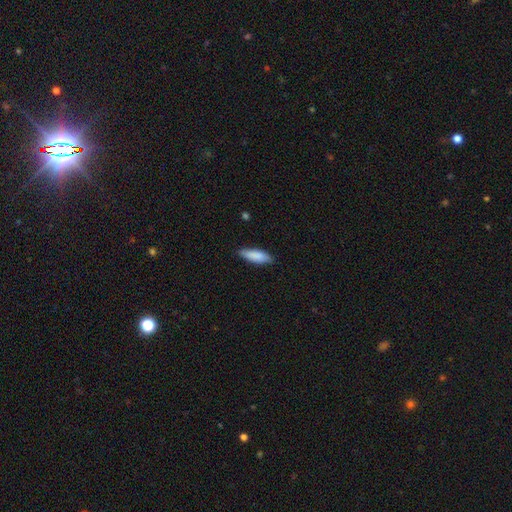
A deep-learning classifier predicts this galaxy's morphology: Q: Smooth or featured?
A: smooth (86%); runner-up: featured or disk (8%)
Q: How rounded?
A: in between (53%); runner-up: cigar-shaped (46%)
Q: Merging?
A: none (84%); runner-up: minor disturbance (13%)